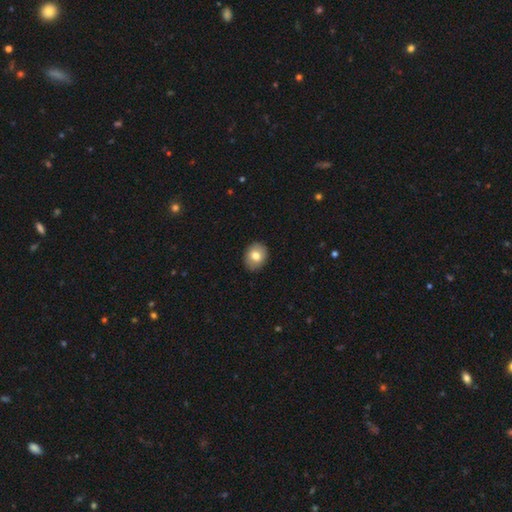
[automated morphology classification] Smooth or featured? Predicted: smooth (p=0.77). How rounded? Predicted: round (p=0.55). Merging? Predicted: none (p=0.89).